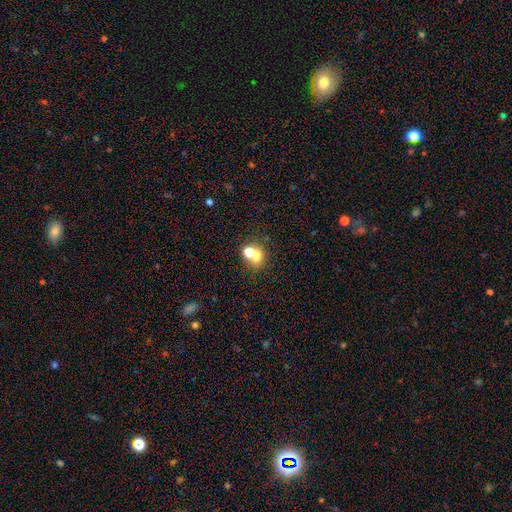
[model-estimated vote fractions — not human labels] Smooth or featured? smooth (65%)
How rounded? round (71%)
Merging? merger (52%)